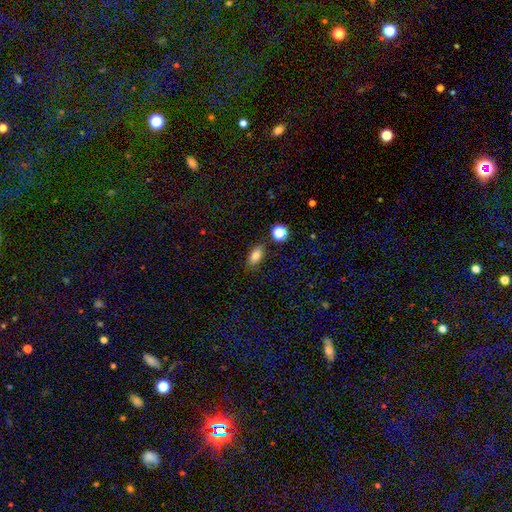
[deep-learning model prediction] Morphology: type=smooth (82%); roundness=in between (87%); merging=none (84%).